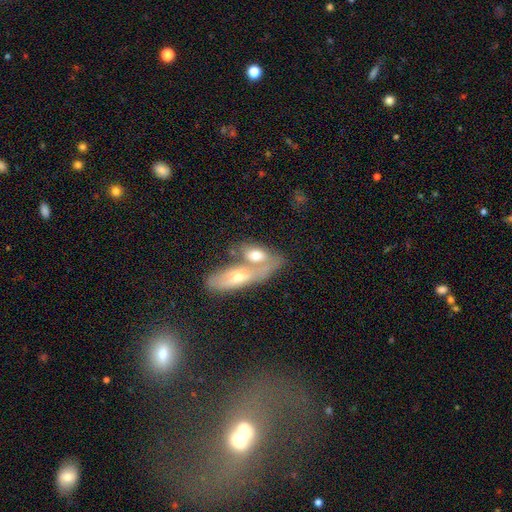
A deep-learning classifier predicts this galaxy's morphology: A smooth galaxy with no disk features (59%) that is in between round and cigar-shaped (78%).

Vote fractions:
- Smooth or featured? smooth: 59% / featured or disk: 35% / star or artifact: 6%
- How rounded? in between: 78% / cigar-shaped: 15% / round: 7%
- Merging? merger: 61% / none: 26% / minor disturbance: 9% / major disturbance: 4%